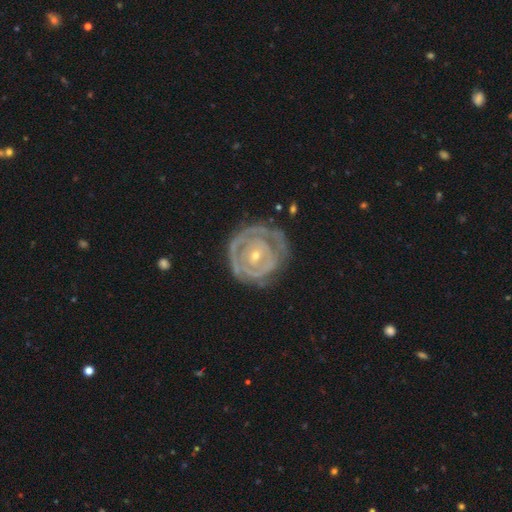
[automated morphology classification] Overall: featured or disk (78%). Edge-on disk: no (97%). Bar: no (73%). Spiral arms: yes (66%; no 34%). Spiral arm count: can't tell (43%; 2 23%). Spiral winding: tight (77%). Bulge size: small (70%). Merging: none (65%).